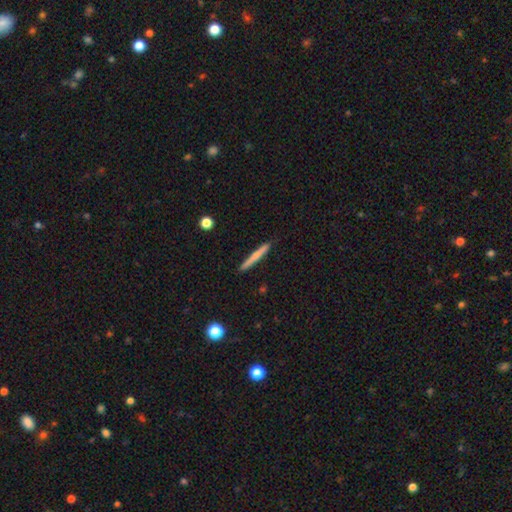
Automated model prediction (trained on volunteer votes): smooth_or_featured: smooth (p=0.60) [alt: featured or disk p=0.34]
how_rounded: cigar-shaped (p=0.96) [alt: in between p=0.03]
merging: none (p=0.90) [alt: minor disturbance p=0.07]